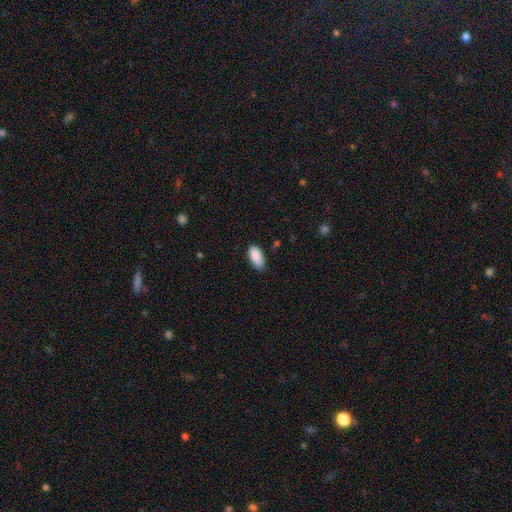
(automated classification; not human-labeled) smooth_or_featured: smooth (p=0.90) [alt: star or artifact p=0.07]
how_rounded: in between (p=0.93) [alt: cigar-shaped p=0.04]
merging: none (p=0.74) [alt: minor disturbance p=0.21]